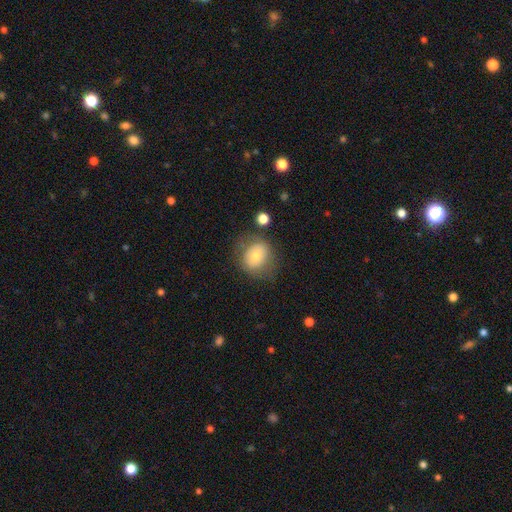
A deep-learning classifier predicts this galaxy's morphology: smooth_or_featured: smooth (p=0.64) [alt: featured or disk p=0.26]
how_rounded: round (p=0.67) [alt: in between p=0.32]
merging: none (p=0.67) [alt: minor disturbance p=0.19]